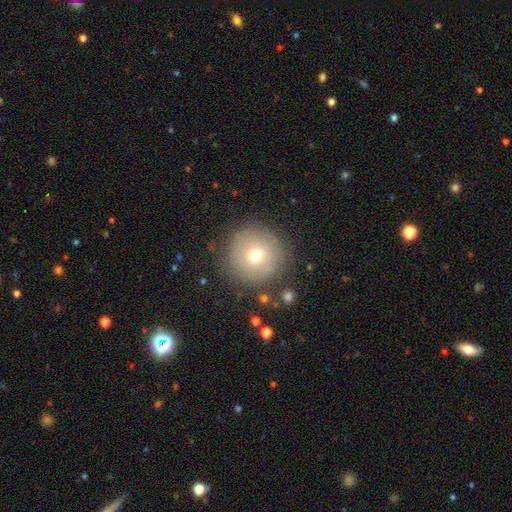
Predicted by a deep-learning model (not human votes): smooth-or-featured: smooth: 69% | featured or disk: 18% | star or artifact: 13%
  how-rounded: round: 96% | in between: 4% | cigar-shaped: 1%
  merging: none: 84% | minor disturbance: 10% | major disturbance: 4% | merger: 2%